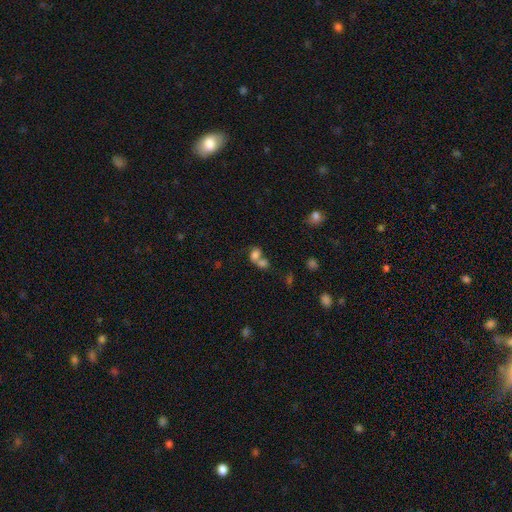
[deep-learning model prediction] smooth 73%, featured or disk 14%, star or artifact 13%. Down the decision tree: how rounded — in between (65%); merging — merger (64%).